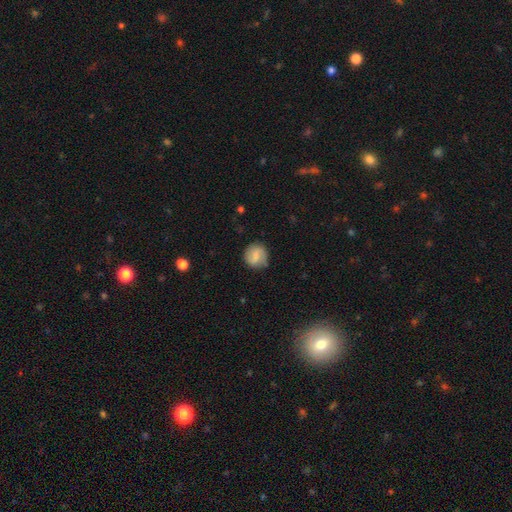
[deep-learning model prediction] The model was most divided on "smooth or featured": smooth: 62%, featured or disk: 30%, star or artifact: 8%. More confident: how rounded — round (86%); merging — none (81%).